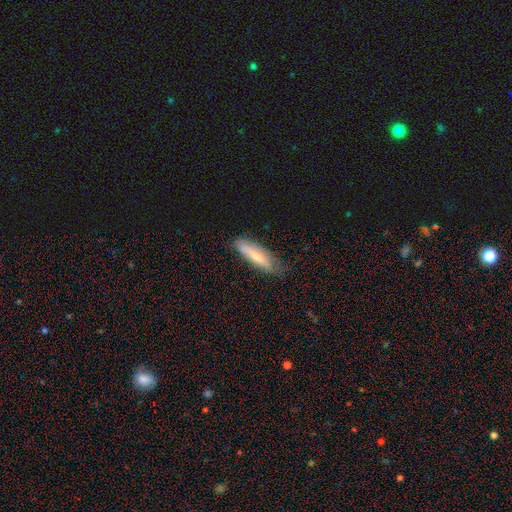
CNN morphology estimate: This appears to be a smooth galaxy with no disk features (64%) that is cigar-shaped (64%). Merging: none (69%).